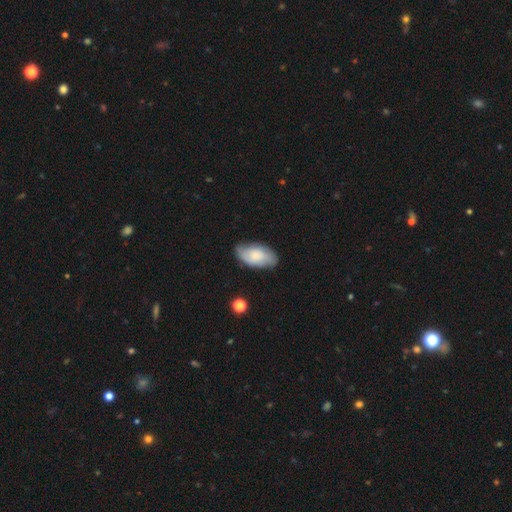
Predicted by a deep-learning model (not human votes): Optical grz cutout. It shows a smooth galaxy with no disk features (61%) that is in between round and cigar-shaped (94%). Merging: none (69%).